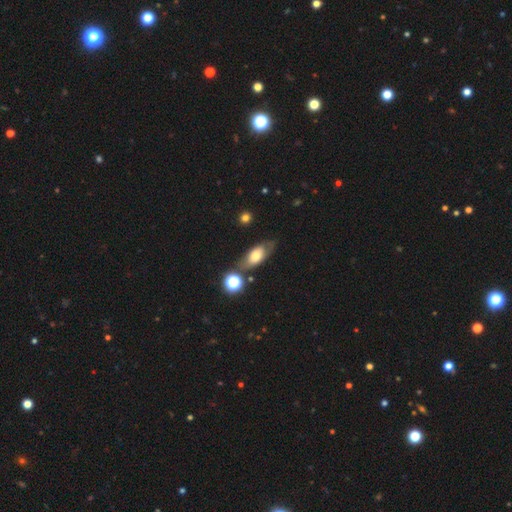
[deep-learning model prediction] smooth-or-featured: smooth: 58% | featured or disk: 32% | star or artifact: 10%
  how-rounded: in between: 82% | cigar-shaped: 10% | round: 9%
  merging: none: 62% | minor disturbance: 21% | merger: 9% | major disturbance: 8%